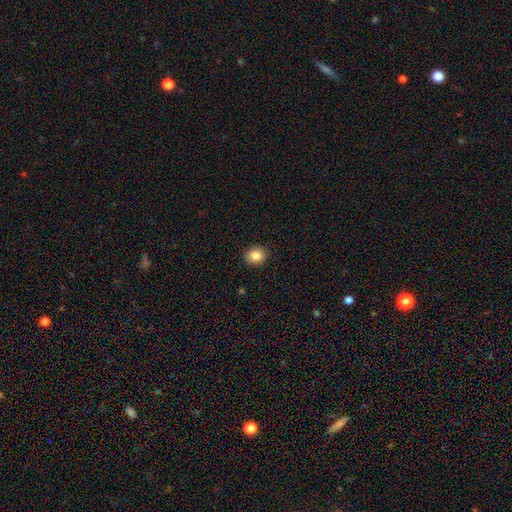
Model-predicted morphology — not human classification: This is clearly a smooth galaxy (86%). How rounded: possibly round (56%). Merging: clearly none (90%).